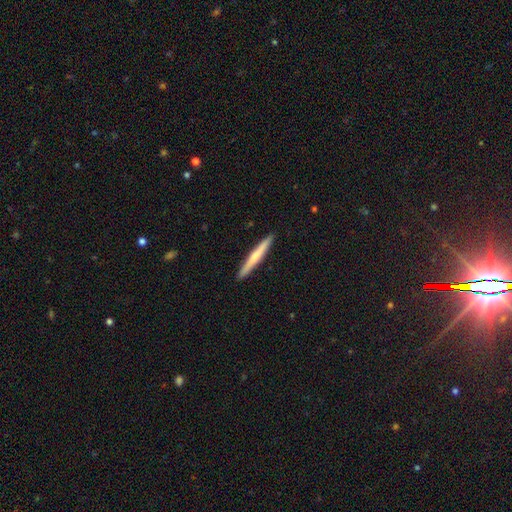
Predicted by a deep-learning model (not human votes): This appears to be a smooth galaxy with no disk features (50%) that is cigar-shaped (96%). Merging: none (92%).